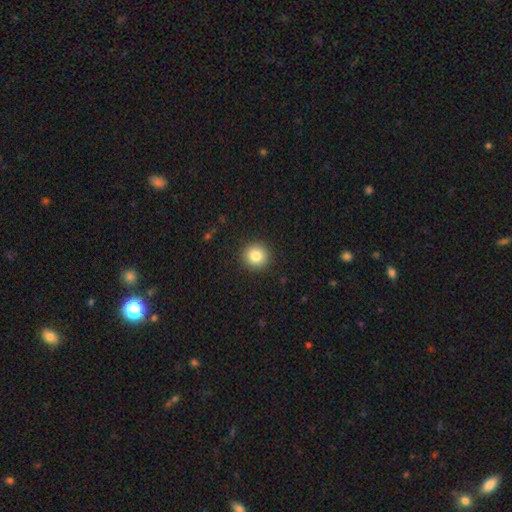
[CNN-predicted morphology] A smooth galaxy with no disk features (84%) that is round (93%).

Vote fractions:
- Smooth or featured? smooth: 84% / star or artifact: 10% / featured or disk: 6%
- How rounded? round: 93% / in between: 6% / cigar-shaped: 1%
- Merging? none: 92% / minor disturbance: 5% / major disturbance: 2% / merger: 1%